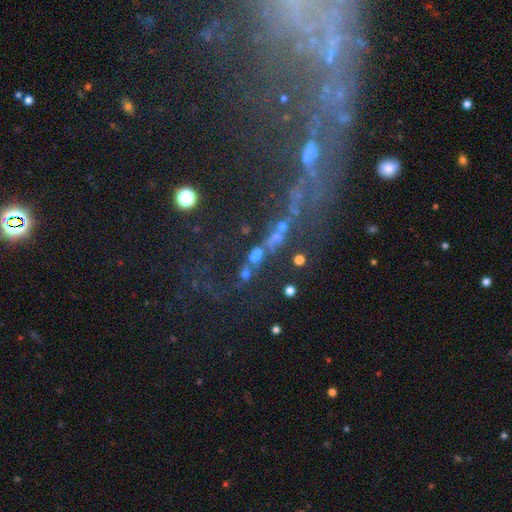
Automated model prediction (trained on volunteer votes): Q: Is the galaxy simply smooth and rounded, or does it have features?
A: star or artifact — 43%.